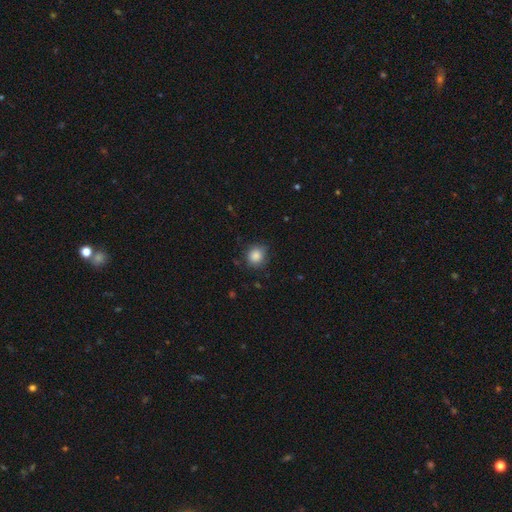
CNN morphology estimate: A smooth galaxy with no disk features (86%) that is round (86%).

Vote fractions:
- Smooth or featured? smooth: 86% / star or artifact: 9% / featured or disk: 5%
- How rounded? round: 86% / in between: 13% / cigar-shaped: 1%
- Merging? none: 78% / minor disturbance: 17% / major disturbance: 4% / merger: 1%